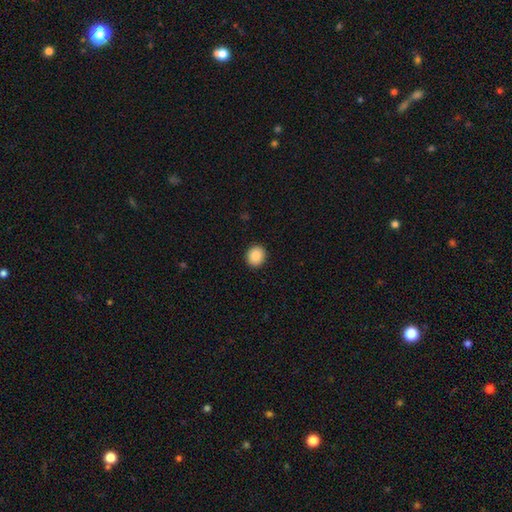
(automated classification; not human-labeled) Q: Smooth or featured?
A: smooth (88%); runner-up: star or artifact (8%)
Q: How rounded?
A: round (79%); runner-up: in between (20%)
Q: Merging?
A: none (92%); runner-up: minor disturbance (5%)